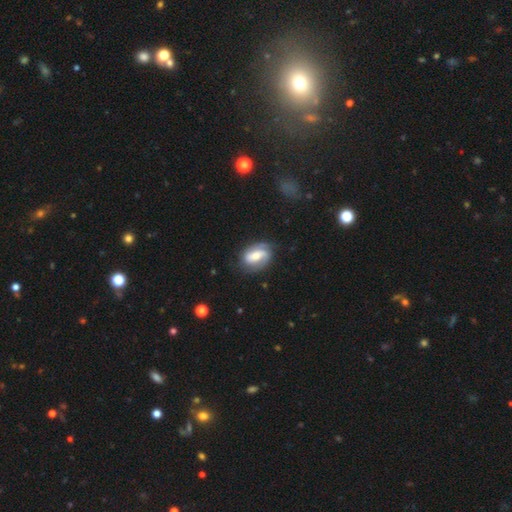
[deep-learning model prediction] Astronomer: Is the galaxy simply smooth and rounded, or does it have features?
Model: featured or disk — 68%.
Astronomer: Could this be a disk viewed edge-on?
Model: no — 96%.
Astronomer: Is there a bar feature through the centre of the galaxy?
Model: weak — 41% (runner-up: strong, 30%).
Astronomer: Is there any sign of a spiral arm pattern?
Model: yes — 90%.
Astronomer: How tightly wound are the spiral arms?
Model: medium — 41% (runner-up: tight, 36%).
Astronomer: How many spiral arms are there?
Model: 2 — 70%.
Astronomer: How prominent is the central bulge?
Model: moderate — 55%.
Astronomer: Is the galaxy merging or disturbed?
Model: none — 68%.